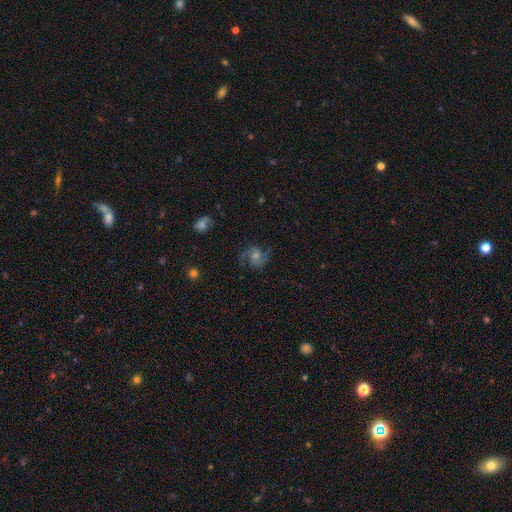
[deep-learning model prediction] Smooth or featured? featured or disk (84%)
Edge-on disk? no (98%)
Bar? no (60%)
Spiral arms? yes (97%)
Spiral winding? medium (58%)
Spiral arm count? 2 (89%)
Bulge size? moderate (57%)
Merging? none (80%)